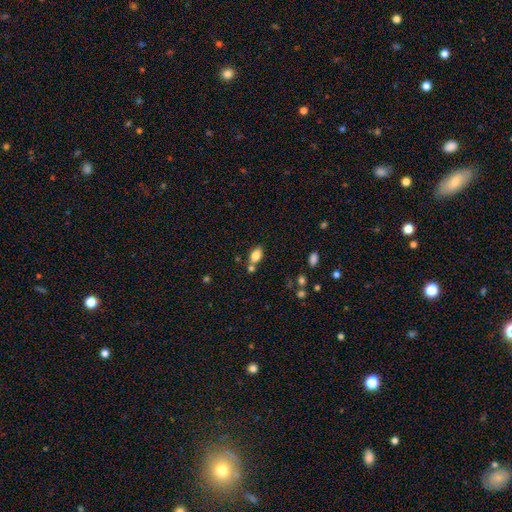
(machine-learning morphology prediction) Smooth or featured? Predicted: smooth (p=0.82). How rounded? Predicted: in between (p=0.89). Merging? Predicted: none (p=0.62).